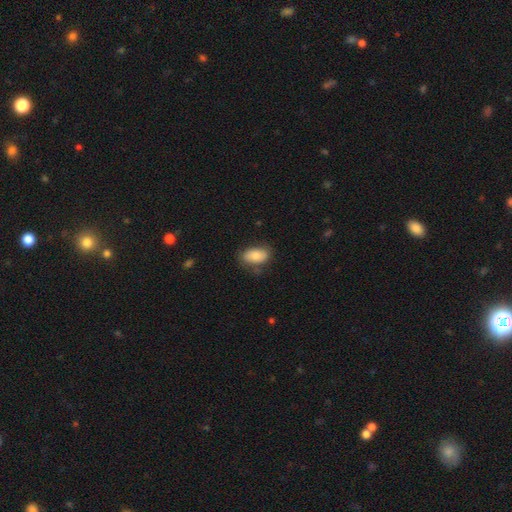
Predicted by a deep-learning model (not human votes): smooth_or_featured: smooth (p=0.80) [alt: featured or disk p=0.13]
how_rounded: in between (p=0.91) [alt: round p=0.06]
merging: none (p=0.72) [alt: minor disturbance p=0.20]